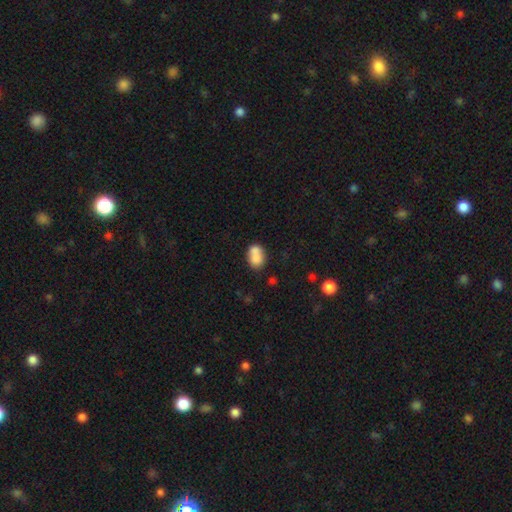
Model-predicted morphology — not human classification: smooth 76%, featured or disk 15%, star or artifact 9%. Down the decision tree: how rounded — in between (66%); merging — merger (51%).